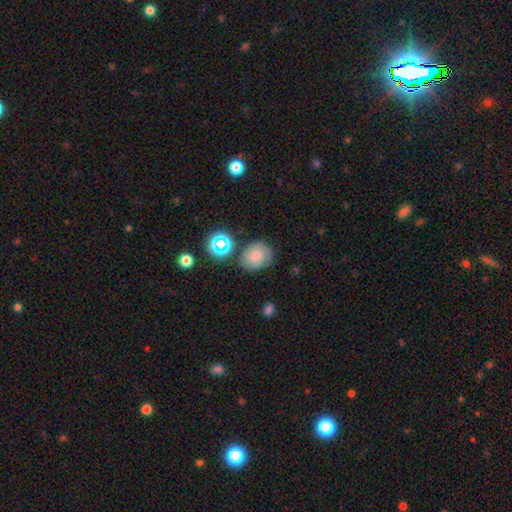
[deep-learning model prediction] Morphology: type=smooth (55%); roundness=round (70%); merging=none (74%).